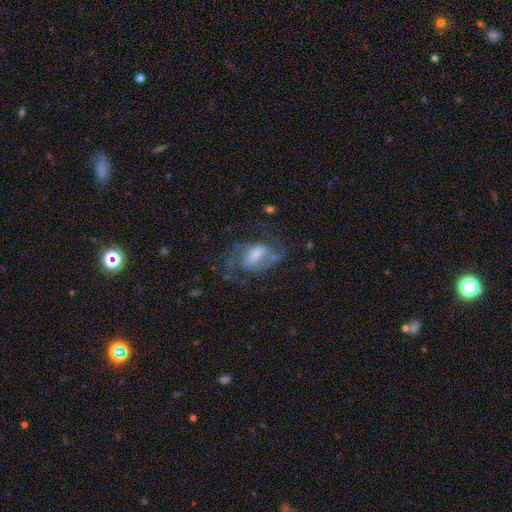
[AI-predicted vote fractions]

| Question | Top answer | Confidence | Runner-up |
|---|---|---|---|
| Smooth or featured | featured or disk | 74% | smooth (17%) |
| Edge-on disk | no | 94% | yes (6%) |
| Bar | weak | 44% | strong (37%) |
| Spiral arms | yes | 86% | no (14%) |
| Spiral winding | medium | 51% | loose (26%) |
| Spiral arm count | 2 | 69% | can't tell (16%) |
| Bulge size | moderate | 41% | small (29%) |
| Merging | none | 54% | major disturbance (23%) |